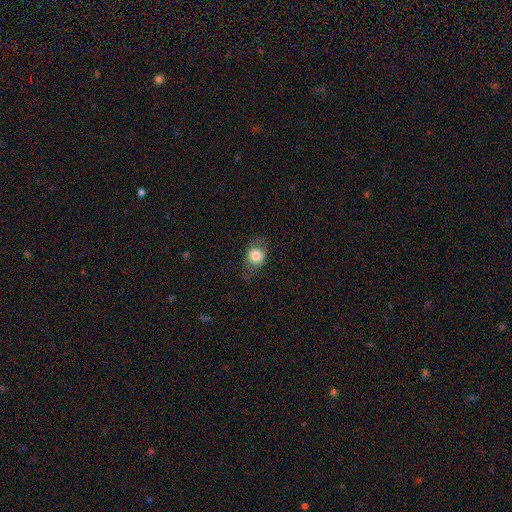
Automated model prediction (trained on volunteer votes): Smooth or featured: smooth — 74% (featured or disk — 18%)
How rounded: round — 51% (in between — 47%)
Merging: none — 70% (minor disturbance — 20%)